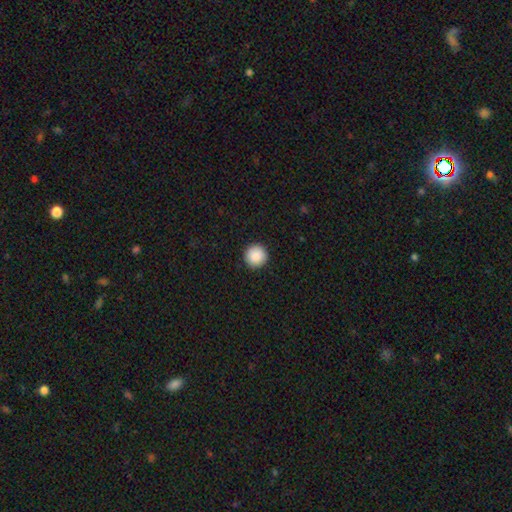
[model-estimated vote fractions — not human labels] Smooth or featured: smooth — 89% (star or artifact — 8%)
How rounded: round — 96% (in between — 3%)
Merging: none — 93% (minor disturbance — 4%)